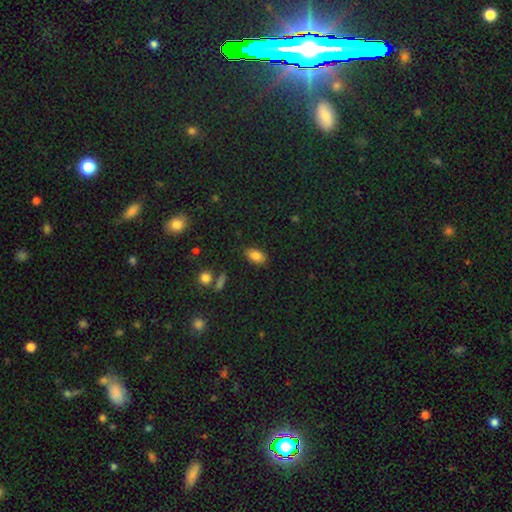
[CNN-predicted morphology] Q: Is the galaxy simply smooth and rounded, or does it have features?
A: smooth — 82%.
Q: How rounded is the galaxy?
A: in between — 89%.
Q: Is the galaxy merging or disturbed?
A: none — 82%.